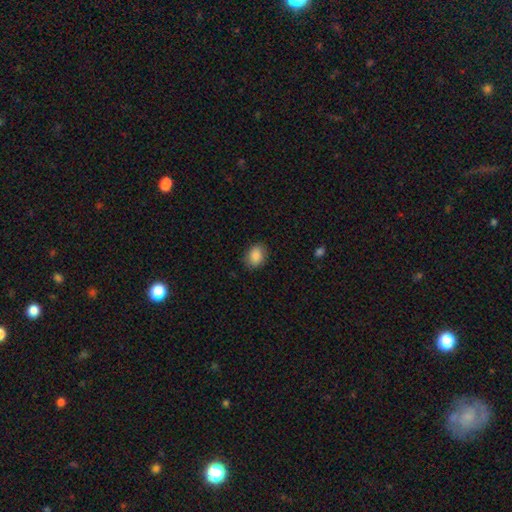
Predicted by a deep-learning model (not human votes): A smooth galaxy with no disk features (88%) that is in between round and cigar-shaped (59%). Merging: none (84%).